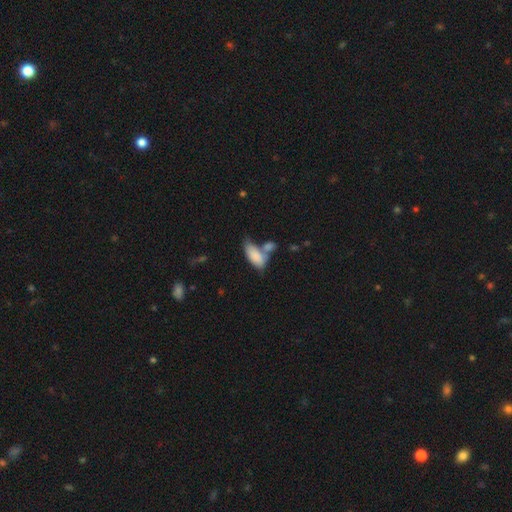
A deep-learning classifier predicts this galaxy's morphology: Smooth or featured?
  - smooth: 83% *
  - featured or disk: 10%
  - star or artifact: 7%
How rounded?
  - in between: 87% *
  - cigar-shaped: 11%
  - round: 2%
Merging?
  - merger: 39% *
  - none: 35%
  - minor disturbance: 18%
  - major disturbance: 9%